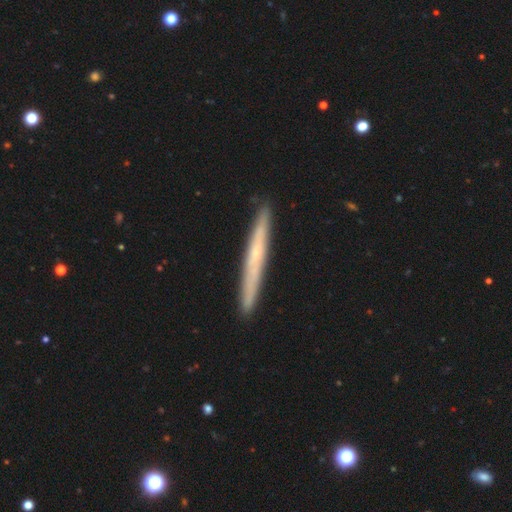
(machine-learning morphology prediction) Smooth or featured? featured or disk (57%)
Edge-on disk? yes (94%)
Edge-on bulge? none (61%)
Merging? none (90%)